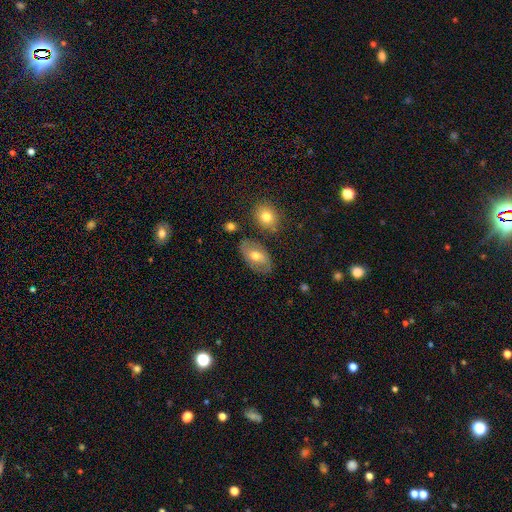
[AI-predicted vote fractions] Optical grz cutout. It shows a smooth galaxy with no disk features (50%) that is in between round and cigar-shaped (91%). Merging: none (77%).